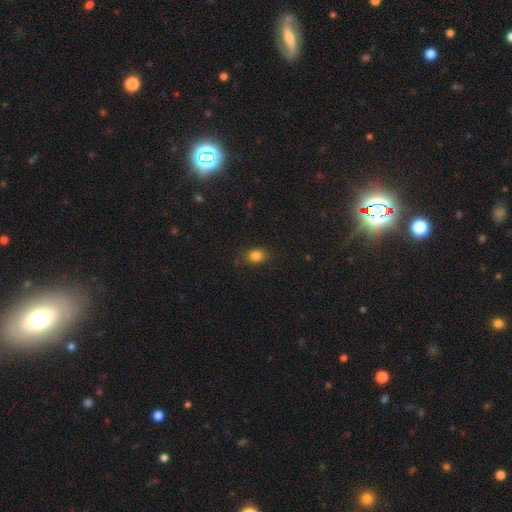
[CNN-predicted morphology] A smooth galaxy with no disk features (83%) that is in between round and cigar-shaped (75%). Merging: none (81%).